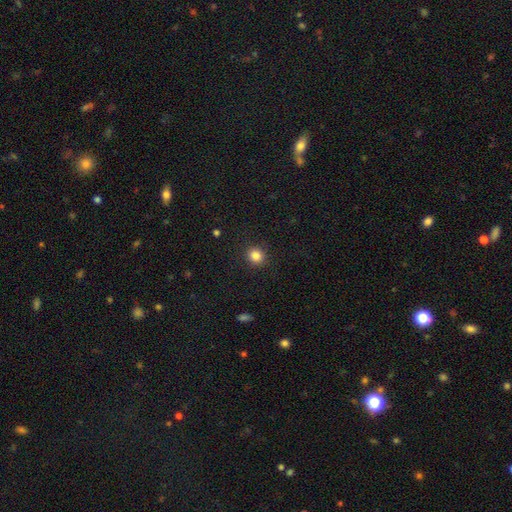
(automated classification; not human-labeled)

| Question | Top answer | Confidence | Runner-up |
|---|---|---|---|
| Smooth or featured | smooth | 84% | star or artifact (11%) |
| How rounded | round | 88% | in between (11%) |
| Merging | none | 91% | minor disturbance (6%) |